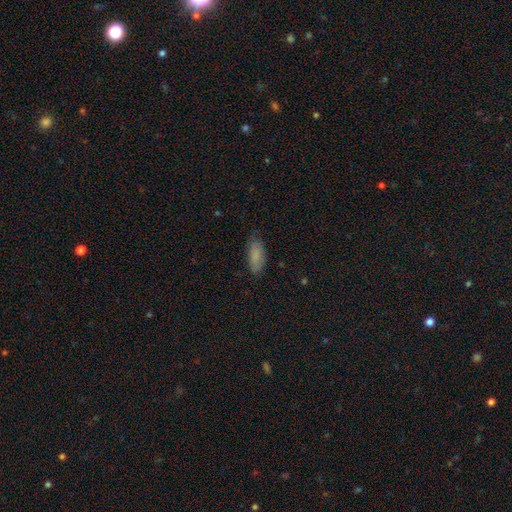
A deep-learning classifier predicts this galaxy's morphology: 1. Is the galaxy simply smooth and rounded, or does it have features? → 83% smooth, 10% featured or disk, 7% star or artifact.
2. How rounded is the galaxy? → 79% in between, 19% cigar-shaped, 2% round.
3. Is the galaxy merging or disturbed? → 75% none, 19% minor disturbance, 4% major disturbance, 1% merger.